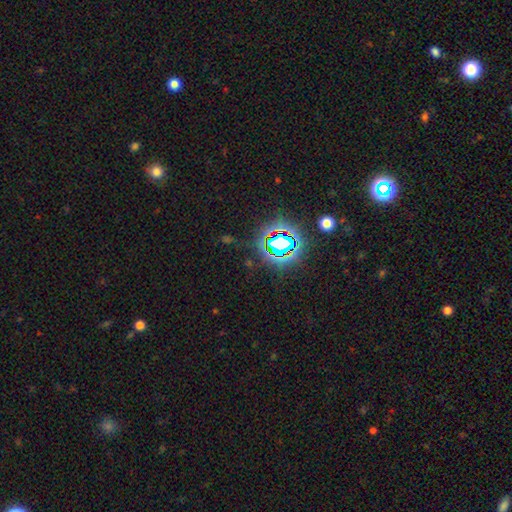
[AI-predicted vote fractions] Smooth or featured? Predicted: star or artifact (p=0.80).